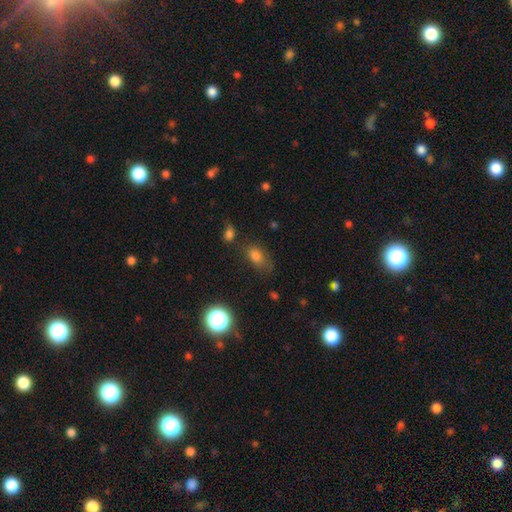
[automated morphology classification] Smooth or featured?
  - smooth: 75% *
  - star or artifact: 17%
  - featured or disk: 9%
How rounded?
  - in between: 78% *
  - round: 18%
  - cigar-shaped: 4%
Merging?
  - none: 56% *
  - minor disturbance: 25%
  - major disturbance: 12%
  - merger: 6%